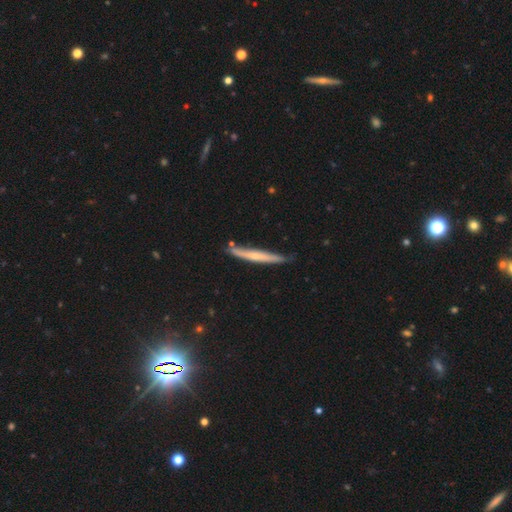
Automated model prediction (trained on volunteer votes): Smooth or featured? featured or disk (50%)
Merging? none (77%)